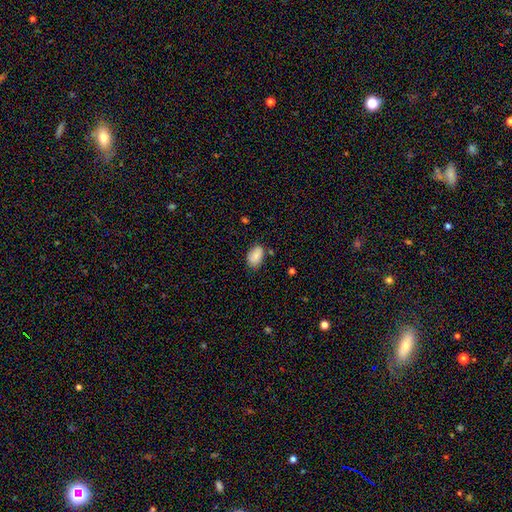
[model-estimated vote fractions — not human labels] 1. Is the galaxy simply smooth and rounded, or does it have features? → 86% smooth, 7% star or artifact, 7% featured or disk.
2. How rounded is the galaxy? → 89% in between, 9% round, 1% cigar-shaped.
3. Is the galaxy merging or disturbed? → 75% none, 19% minor disturbance, 4% major disturbance, 3% merger.